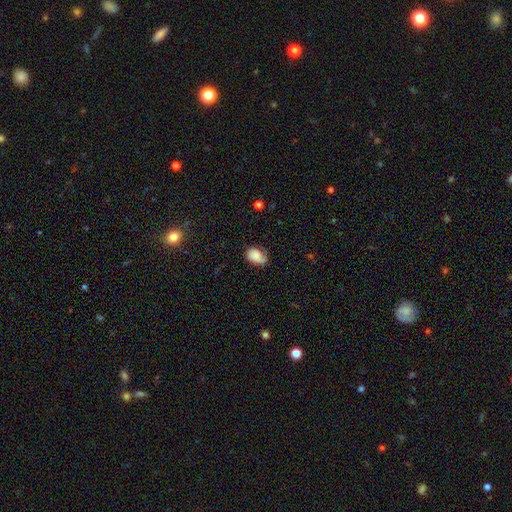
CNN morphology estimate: smooth 68%, featured or disk 24%, star or artifact 9%. Down the decision tree: how rounded — in between (77%); merging — none (53%).